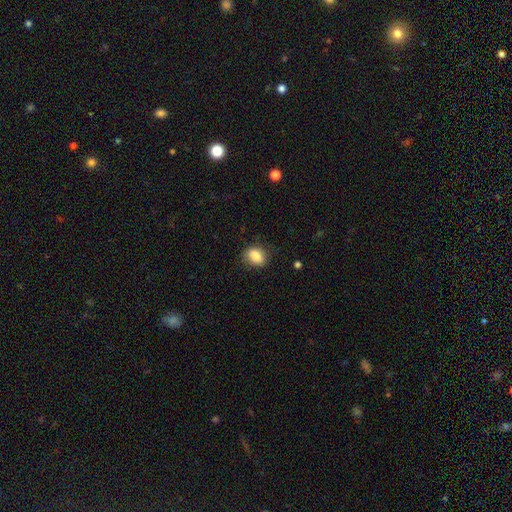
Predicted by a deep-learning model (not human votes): This is clearly a smooth galaxy (85%). How rounded: likely in between (70%). Merging: likely none (78%).